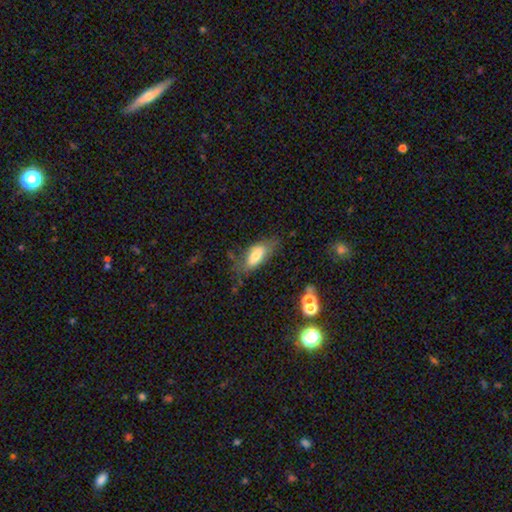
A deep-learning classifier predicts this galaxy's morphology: A smooth galaxy with no disk features (68%) that is in between round and cigar-shaped (79%).

Vote fractions:
- Smooth or featured? smooth: 68% / featured or disk: 23% / star or artifact: 9%
- How rounded? in between: 79% / cigar-shaped: 18% / round: 3%
- Merging? none: 58% / minor disturbance: 26% / major disturbance: 12% / merger: 4%